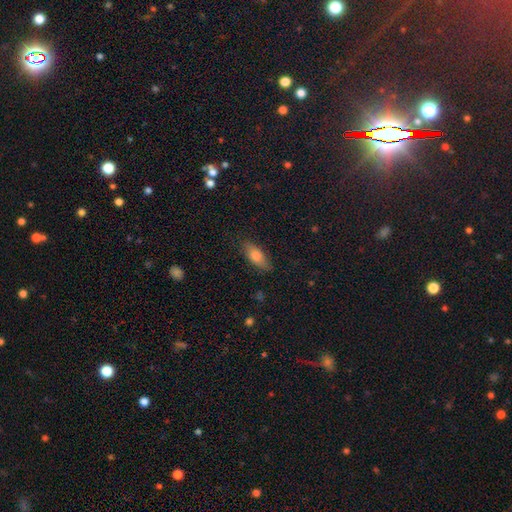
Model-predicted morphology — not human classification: Smooth or featured: smooth — 73% (featured or disk — 19%)
How rounded: in between — 73% (cigar-shaped — 24%)
Merging: none — 85% (minor disturbance — 12%)